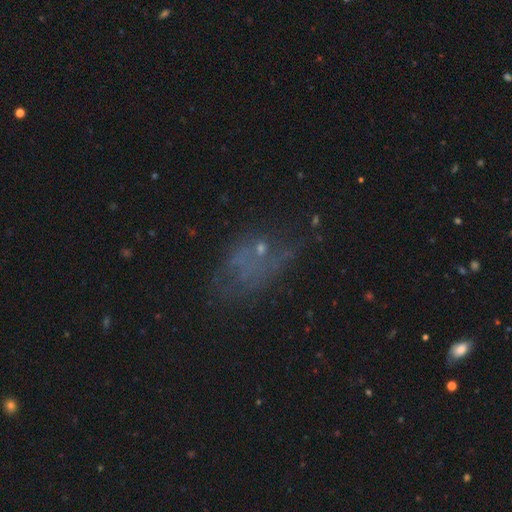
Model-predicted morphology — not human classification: type=featured or disk (36%); merging=none (40%).